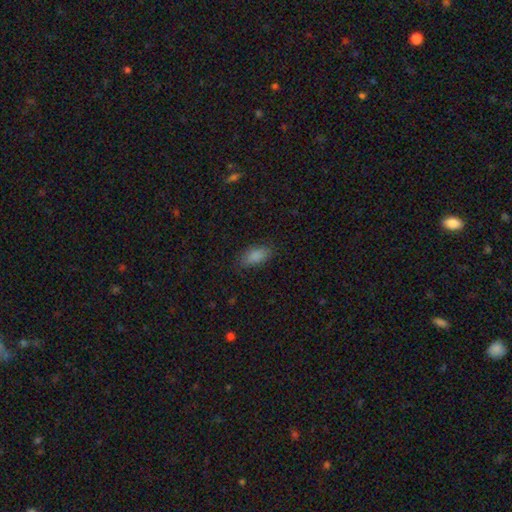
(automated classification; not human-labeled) Morphology: type=smooth (87%); roundness=in between (90%); merging=none (82%).